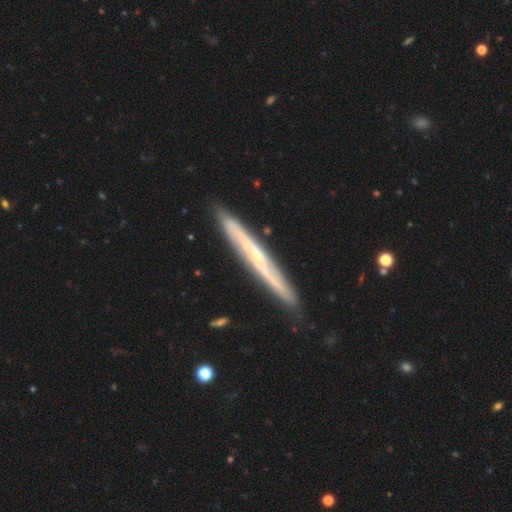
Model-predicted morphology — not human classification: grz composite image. It shows a featured or disk galaxy (69%) viewed edge-on (90%) with no central bulge (61%). Merging: none (85%).